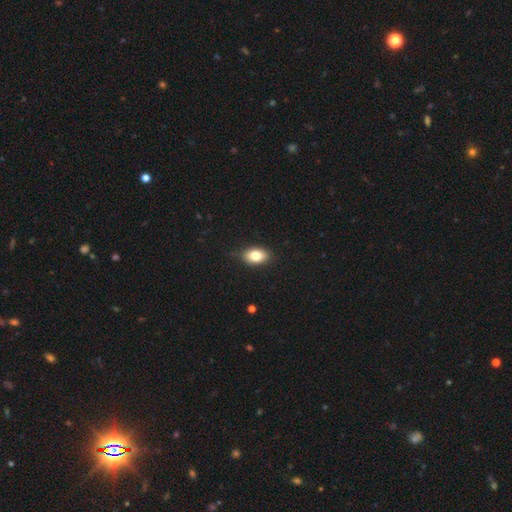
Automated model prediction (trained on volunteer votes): Morphology: type=smooth (80%); roundness=in between (87%); merging=none (83%).